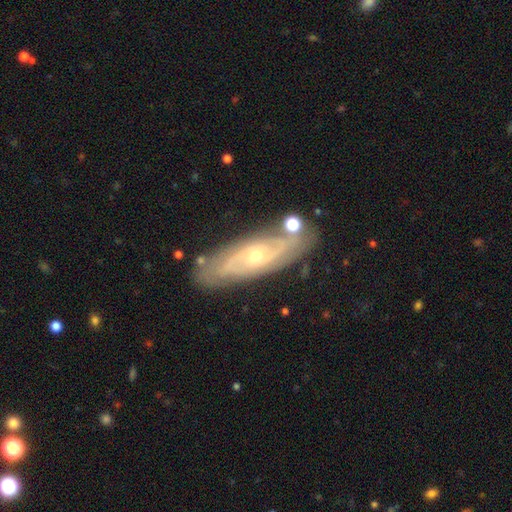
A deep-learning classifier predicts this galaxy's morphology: A featured or disk galaxy (80%) with no bar (71%), 2 (44%) tight (55%) spiral arms (89%) and a small central bulge (61%). Merging: none (77%).